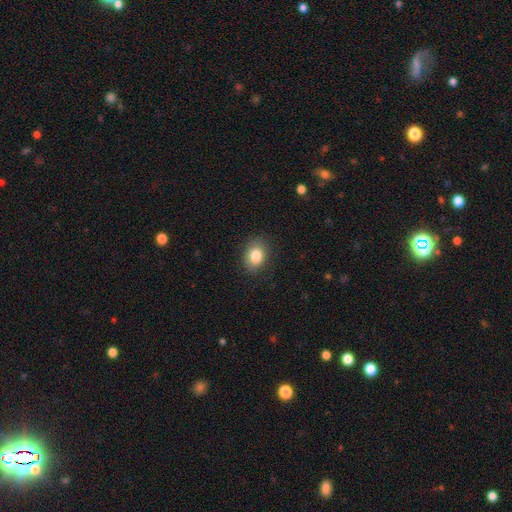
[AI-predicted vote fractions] A smooth galaxy with no disk features (83%) that is in between round and cigar-shaped (73%). Merging: none (83%).